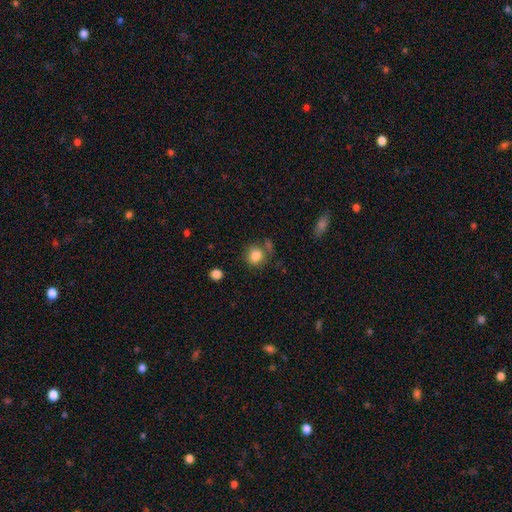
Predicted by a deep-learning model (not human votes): A smooth galaxy with no disk features (84%) that is round (84%).

Vote fractions:
- Smooth or featured? smooth: 84% / star or artifact: 10% / featured or disk: 6%
- How rounded? round: 84% / in between: 15% / cigar-shaped: 1%
- Merging? none: 72% / minor disturbance: 13% / merger: 10% / major disturbance: 5%